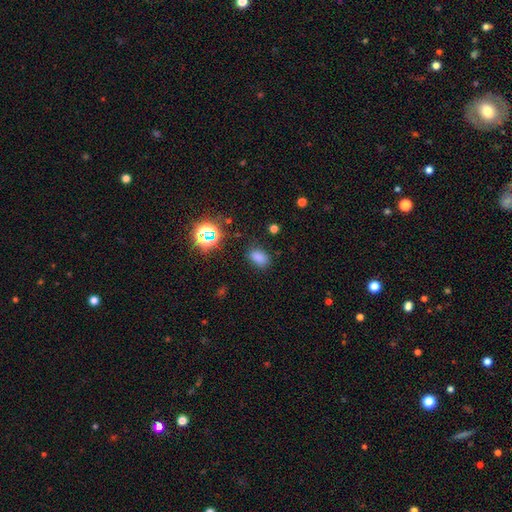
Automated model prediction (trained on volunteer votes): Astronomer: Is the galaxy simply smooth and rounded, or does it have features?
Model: smooth — 75%.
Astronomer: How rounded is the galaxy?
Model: in between — 82%.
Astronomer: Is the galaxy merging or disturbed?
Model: none — 78%.